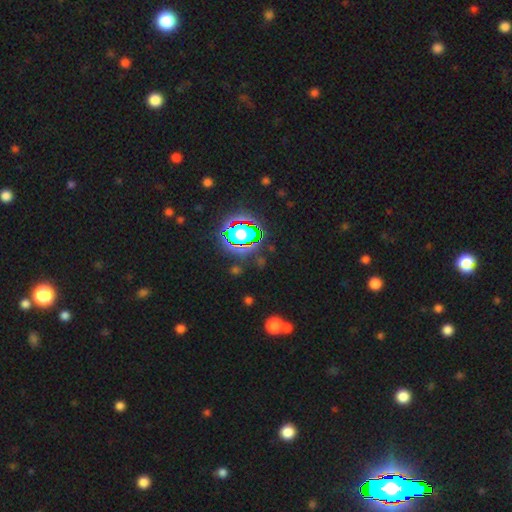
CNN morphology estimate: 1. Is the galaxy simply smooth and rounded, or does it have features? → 79% star or artifact, 13% smooth, 8% featured or disk.